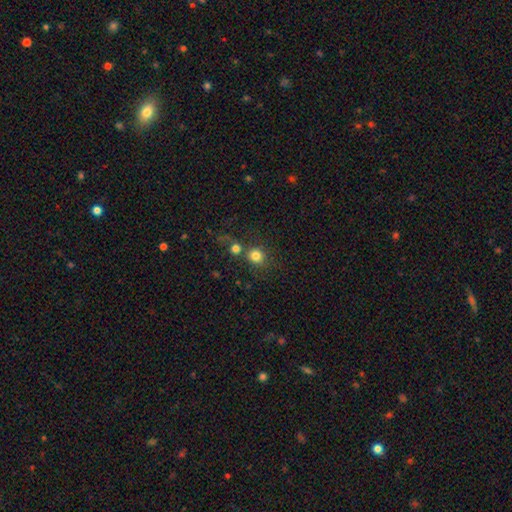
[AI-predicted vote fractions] This is clearly a smooth galaxy (81%). How rounded: clearly round (86%). Merging: likely none (61%).